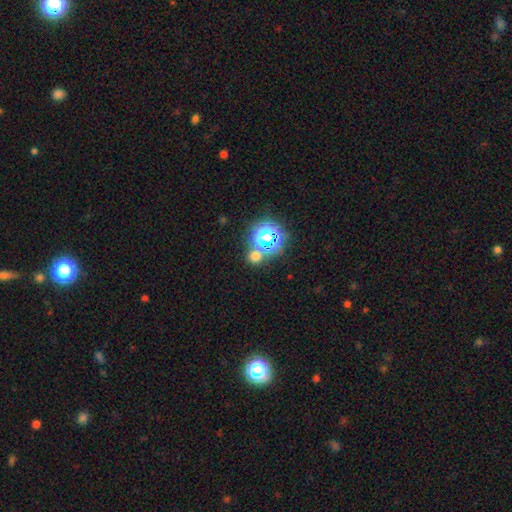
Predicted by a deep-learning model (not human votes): This appears to be a smooth galaxy with no disk features (58%) that is round (86%). Merging: none (65%).